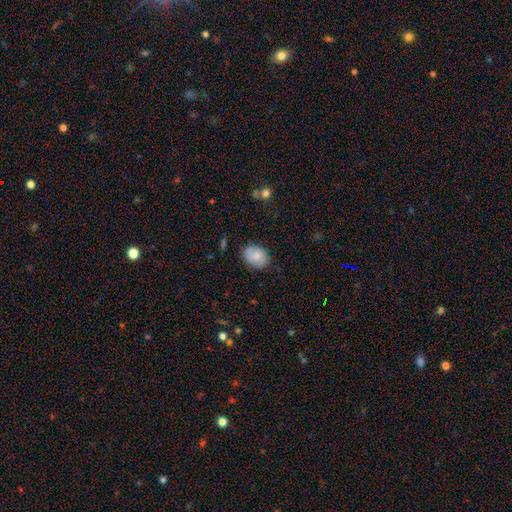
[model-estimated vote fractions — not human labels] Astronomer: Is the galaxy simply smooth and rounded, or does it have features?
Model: smooth — 80%.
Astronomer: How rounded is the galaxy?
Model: in between — 61% (runner-up: round, 38%).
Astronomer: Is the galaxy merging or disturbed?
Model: none — 79%.